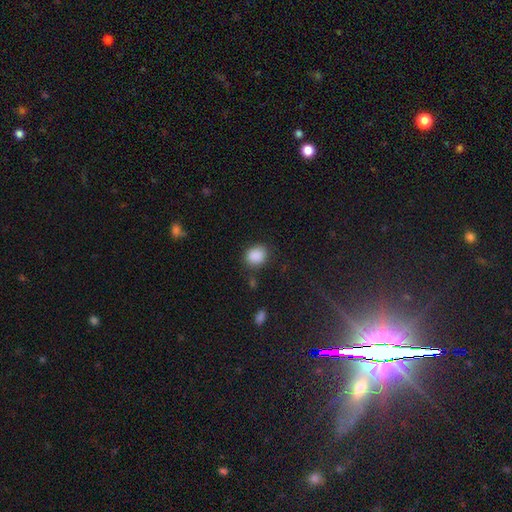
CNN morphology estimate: Q: Smooth or featured?
A: smooth (88%); runner-up: star or artifact (9%)
Q: How rounded?
A: round (63%); runner-up: in between (37%)
Q: Merging?
A: none (80%); runner-up: minor disturbance (13%)